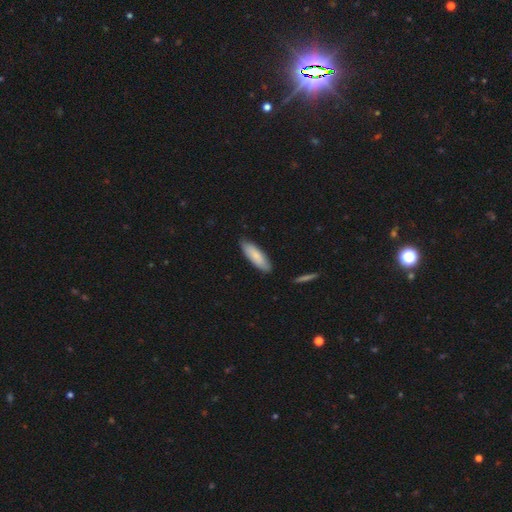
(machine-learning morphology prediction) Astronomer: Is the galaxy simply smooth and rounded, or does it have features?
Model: smooth — 84%.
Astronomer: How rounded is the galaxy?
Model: in between — 54% (runner-up: cigar-shaped, 45%).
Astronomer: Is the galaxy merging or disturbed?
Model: none — 85%.